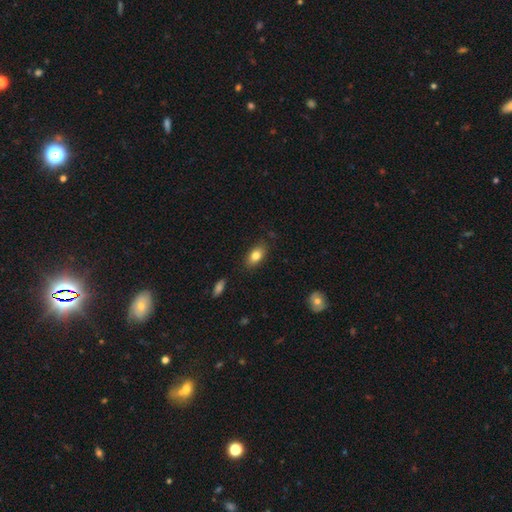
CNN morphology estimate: Smooth or featured? smooth (81%)
How rounded? in between (88%)
Merging? none (83%)